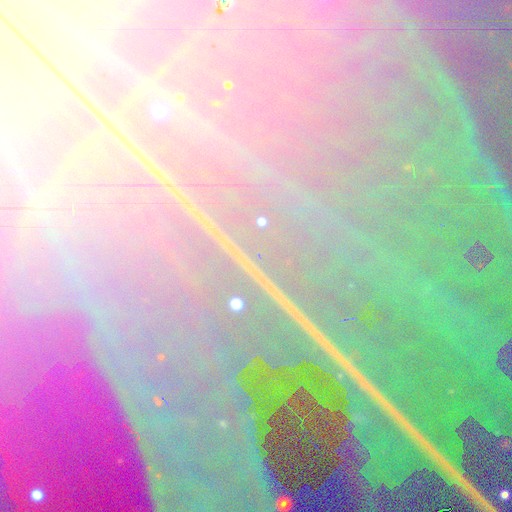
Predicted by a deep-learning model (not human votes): Smooth or featured: star or artifact — 87% (featured or disk — 7%)